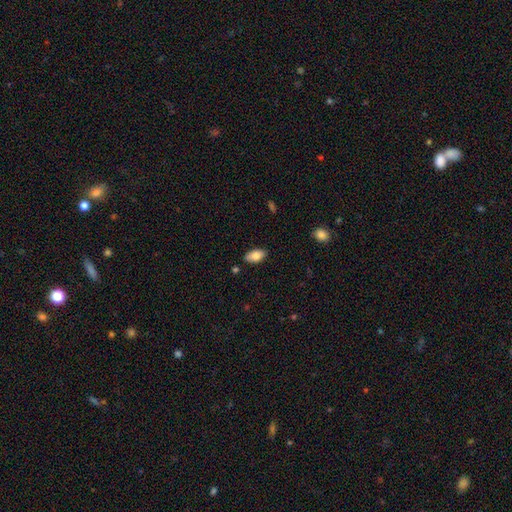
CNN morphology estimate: Smooth or featured?
  - smooth: 81% *
  - featured or disk: 12%
  - star or artifact: 7%
How rounded?
  - in between: 93% *
  - cigar-shaped: 4%
  - round: 3%
Merging?
  - none: 85% *
  - minor disturbance: 11%
  - major disturbance: 2%
  - merger: 2%